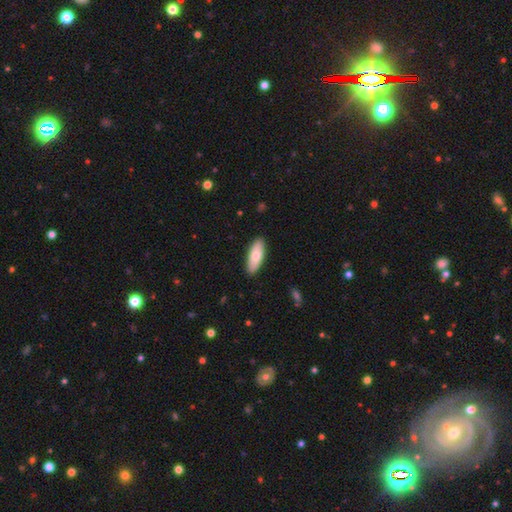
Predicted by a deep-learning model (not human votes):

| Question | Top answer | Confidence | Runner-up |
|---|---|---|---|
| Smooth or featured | smooth | 79% | featured or disk (16%) |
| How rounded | in between | 71% | cigar-shaped (27%) |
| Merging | none | 89% | minor disturbance (8%) |